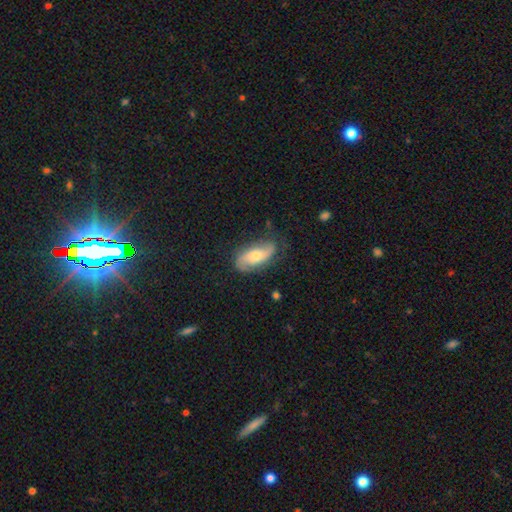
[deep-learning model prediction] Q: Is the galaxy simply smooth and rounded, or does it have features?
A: featured or disk — 61%.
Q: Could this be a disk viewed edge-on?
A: no — 92%.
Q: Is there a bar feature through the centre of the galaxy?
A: no — 62%.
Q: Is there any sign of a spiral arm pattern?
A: yes — 89%.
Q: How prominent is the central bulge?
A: moderate — 54%.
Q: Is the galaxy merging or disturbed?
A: none — 69%.